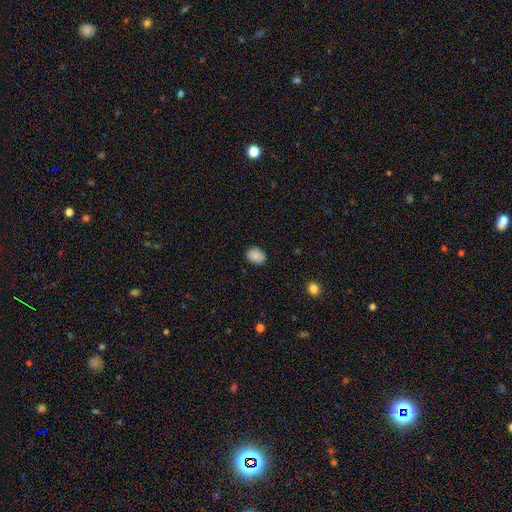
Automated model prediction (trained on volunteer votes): Q: Smooth or featured?
A: smooth (88%); runner-up: star or artifact (8%)
Q: How rounded?
A: in between (71%); runner-up: round (28%)
Q: Merging?
A: none (85%); runner-up: minor disturbance (12%)